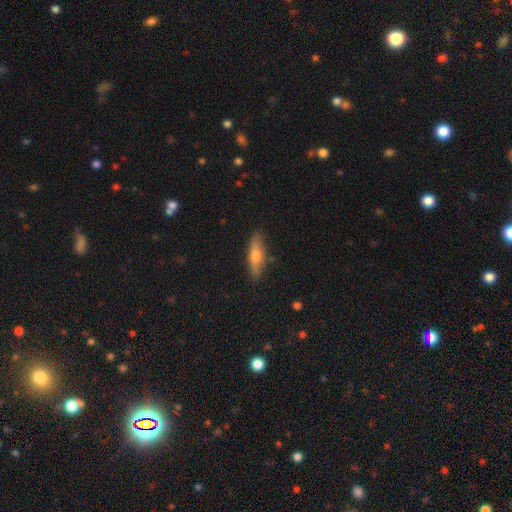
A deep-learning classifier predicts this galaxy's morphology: type=smooth (51%); roundness=cigar-shaped (65%); merging=none (86%).